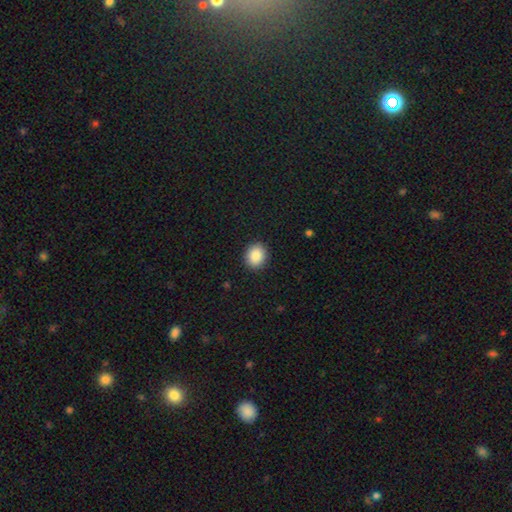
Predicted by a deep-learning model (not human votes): Smooth or featured? smooth (88%)
How rounded? round (63%)
Merging? none (91%)